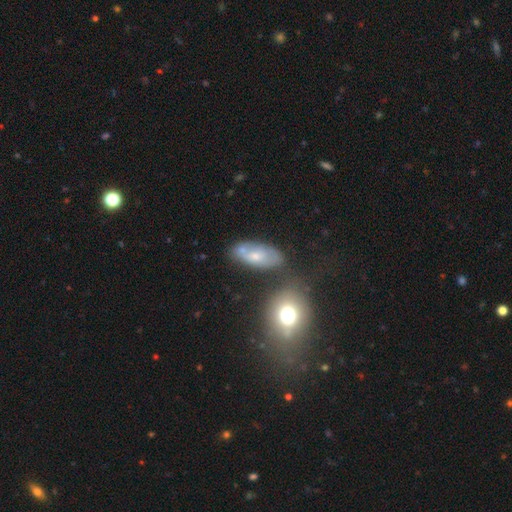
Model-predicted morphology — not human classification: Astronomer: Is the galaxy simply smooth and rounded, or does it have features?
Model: smooth — 48% (runner-up: featured or disk, 42%).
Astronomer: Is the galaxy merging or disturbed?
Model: none — 54%.